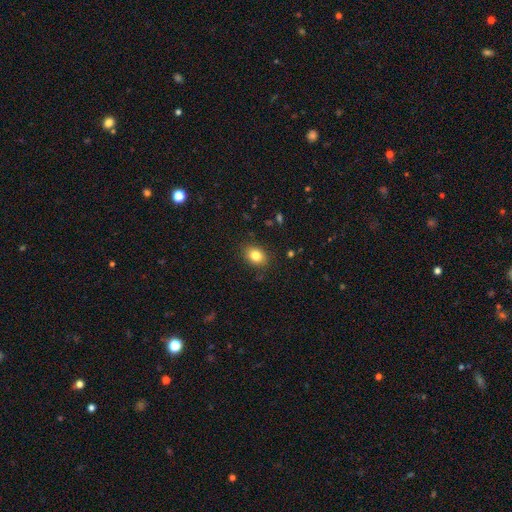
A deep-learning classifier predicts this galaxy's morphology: Smooth or featured? Predicted: smooth (p=0.83). How rounded? Predicted: in between (p=0.64). Merging? Predicted: none (p=0.87).